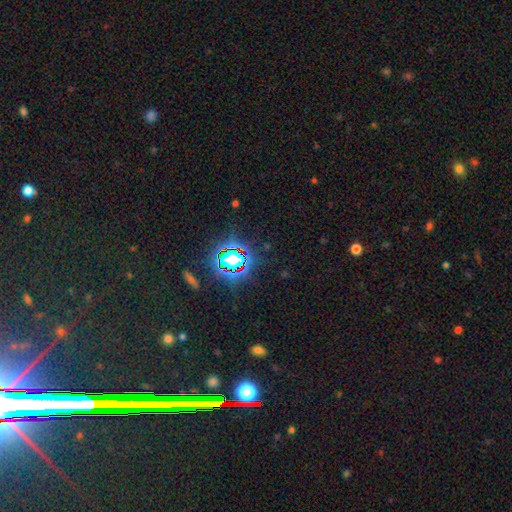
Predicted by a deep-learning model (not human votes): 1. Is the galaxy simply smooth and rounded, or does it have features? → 82% star or artifact, 10% smooth, 8% featured or disk.